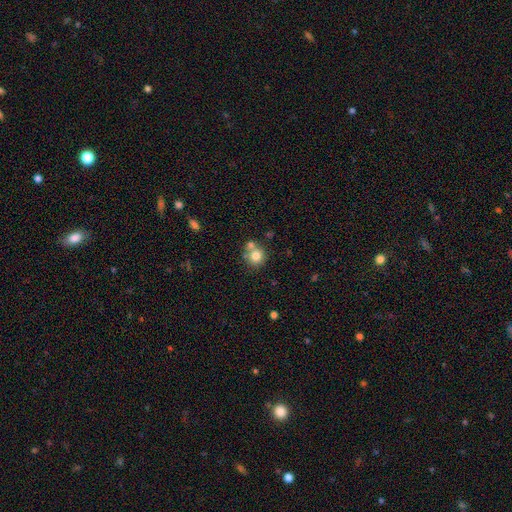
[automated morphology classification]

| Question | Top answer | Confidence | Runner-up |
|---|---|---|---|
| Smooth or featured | smooth | 77% | featured or disk (12%) |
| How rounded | round | 88% | in between (11%) |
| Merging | none | 55% | merger (32%) |